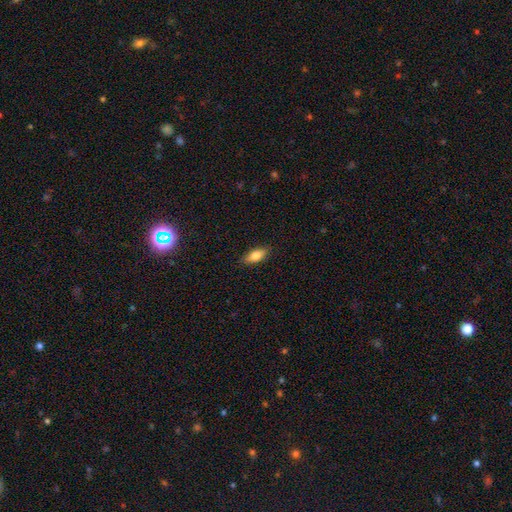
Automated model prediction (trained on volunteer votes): This is likely a smooth galaxy (77%). How rounded: likely in between (77%). Merging: clearly none (87%).